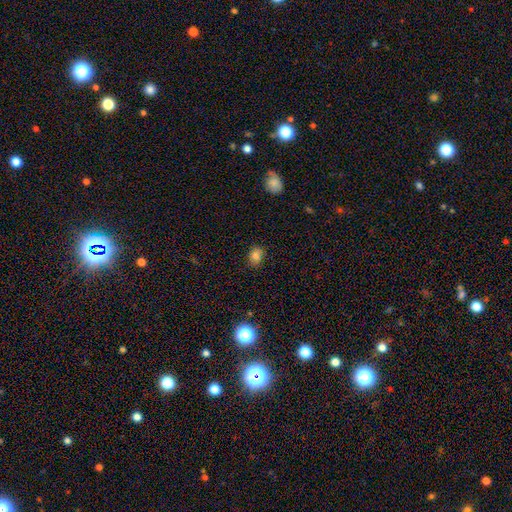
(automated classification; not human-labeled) Q: Smooth or featured?
A: smooth (80%); runner-up: star or artifact (14%)
Q: How rounded?
A: in between (55%); runner-up: round (44%)
Q: Merging?
A: none (78%); runner-up: minor disturbance (16%)